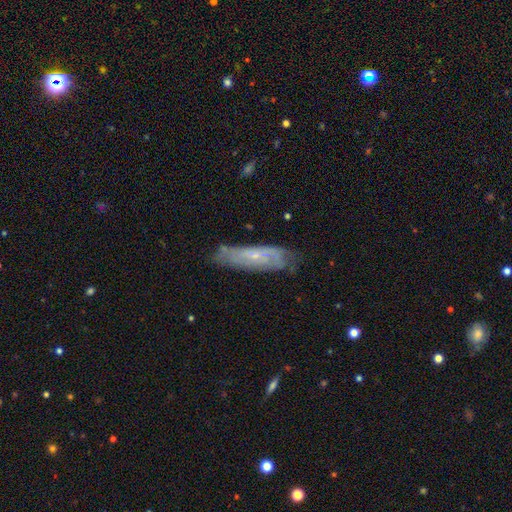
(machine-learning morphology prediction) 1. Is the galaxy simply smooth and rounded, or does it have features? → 62% featured or disk, 30% smooth, 8% star or artifact.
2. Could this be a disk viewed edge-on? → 68% no, 32% yes.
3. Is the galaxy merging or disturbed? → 68% none, 23% minor disturbance, 6% major disturbance, 2% merger.